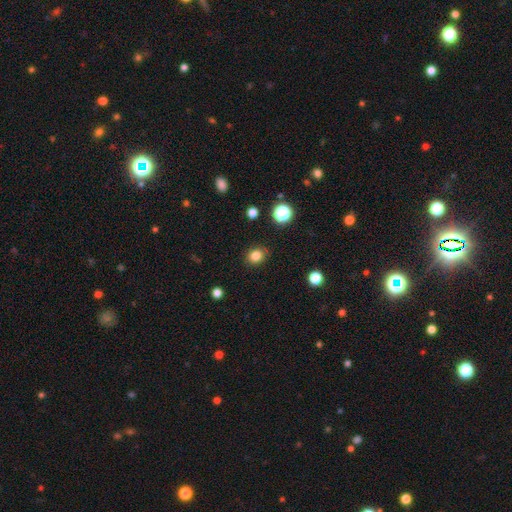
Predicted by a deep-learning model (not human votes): smooth 83%, star or artifact 12%, featured or disk 5%. Down the decision tree: how rounded — round (66%); merging — none (88%).